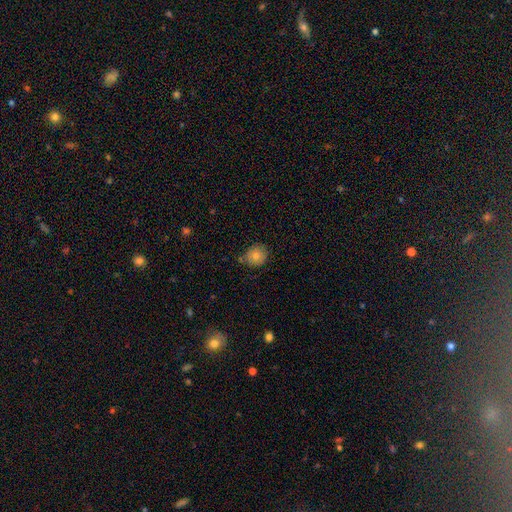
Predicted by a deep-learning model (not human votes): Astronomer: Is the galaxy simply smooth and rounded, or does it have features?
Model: smooth — 79%.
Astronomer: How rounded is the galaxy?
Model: round — 85%.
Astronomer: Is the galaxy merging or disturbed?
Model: none — 78%.